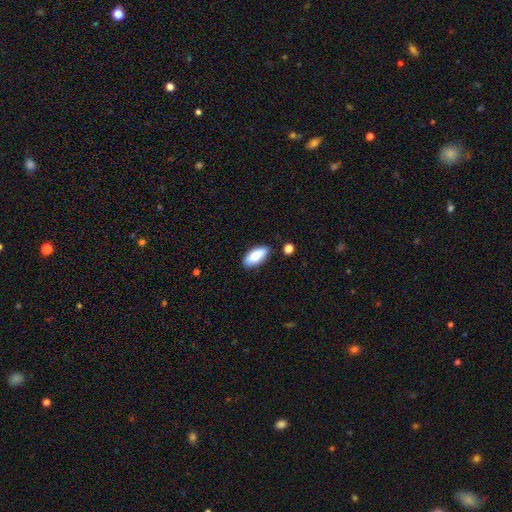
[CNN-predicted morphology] smooth_or_featured: smooth (p=0.85) [alt: featured or disk p=0.09]
how_rounded: in between (p=0.86) [alt: cigar-shaped p=0.12]
merging: none (p=0.82) [alt: minor disturbance p=0.12]